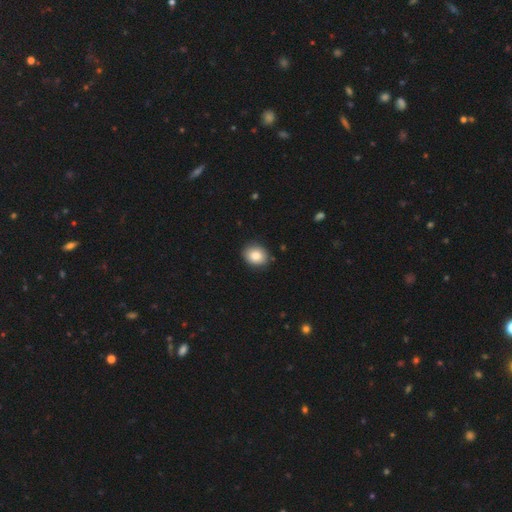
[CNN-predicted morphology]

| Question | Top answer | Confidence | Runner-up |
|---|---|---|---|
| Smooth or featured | smooth | 85% | star or artifact (9%) |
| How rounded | round | 52% | in between (47%) |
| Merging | none | 87% | minor disturbance (10%) |